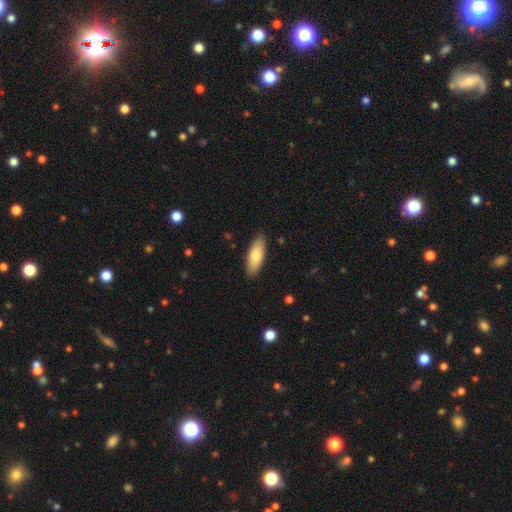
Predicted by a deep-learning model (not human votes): smooth_or_featured: smooth (p=0.79) [alt: featured or disk p=0.16]
how_rounded: in between (p=0.72) [alt: cigar-shaped p=0.27]
merging: none (p=0.88) [alt: minor disturbance p=0.09]